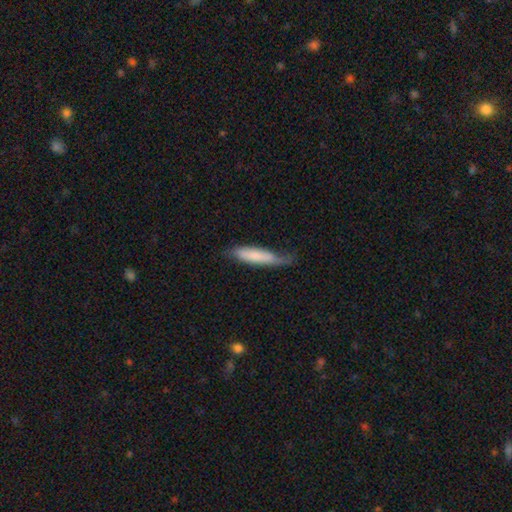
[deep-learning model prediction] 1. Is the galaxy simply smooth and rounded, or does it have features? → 75% smooth, 20% featured or disk, 6% star or artifact.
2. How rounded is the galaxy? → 81% cigar-shaped, 17% in between, 1% round.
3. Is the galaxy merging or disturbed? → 52% none, 33% minor disturbance, 12% major disturbance, 2% merger.